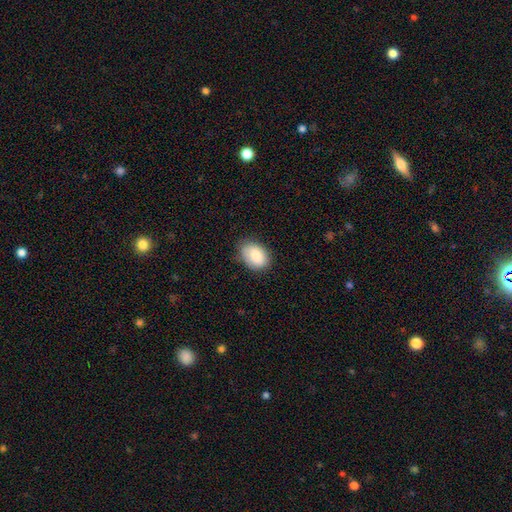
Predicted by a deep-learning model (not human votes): smooth-or-featured: smooth: 84% | featured or disk: 9% | star or artifact: 7%
  how-rounded: in between: 82% | round: 17% | cigar-shaped: 1%
  merging: none: 75% | minor disturbance: 20% | major disturbance: 4% | merger: 1%